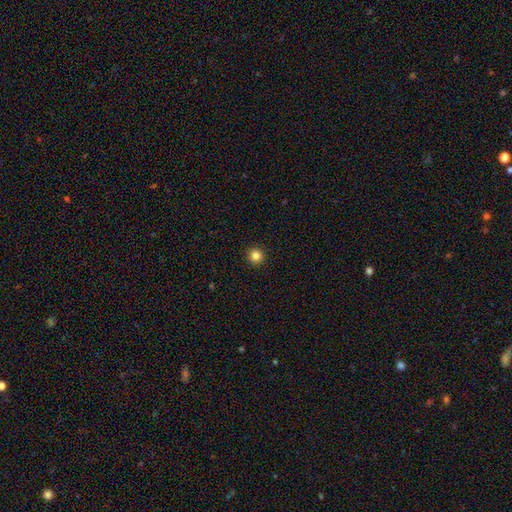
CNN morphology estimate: This is clearly a smooth galaxy (84%). How rounded: clearly round (96%). Merging: clearly none (94%).